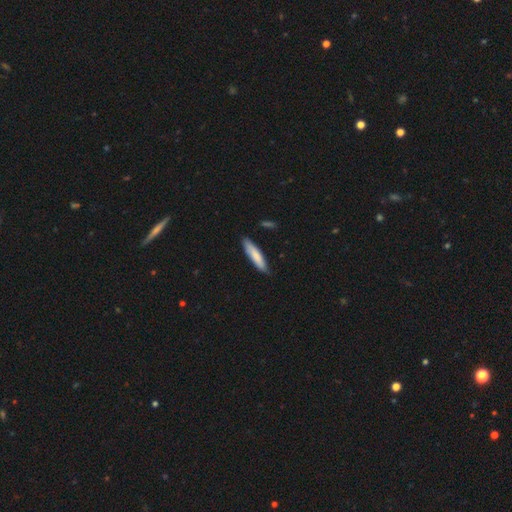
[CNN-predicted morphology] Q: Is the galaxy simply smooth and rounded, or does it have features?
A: smooth — 79%.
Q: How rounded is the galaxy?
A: cigar-shaped — 79%.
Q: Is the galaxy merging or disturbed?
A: none — 82%.